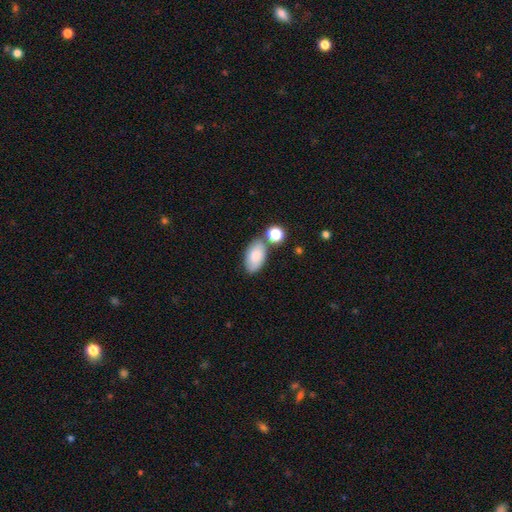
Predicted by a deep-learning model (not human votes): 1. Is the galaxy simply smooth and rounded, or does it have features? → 79% smooth, 13% featured or disk, 8% star or artifact.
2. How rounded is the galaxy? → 94% in between, 4% round, 2% cigar-shaped.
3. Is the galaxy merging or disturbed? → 65% none, 16% minor disturbance, 14% merger, 4% major disturbance.